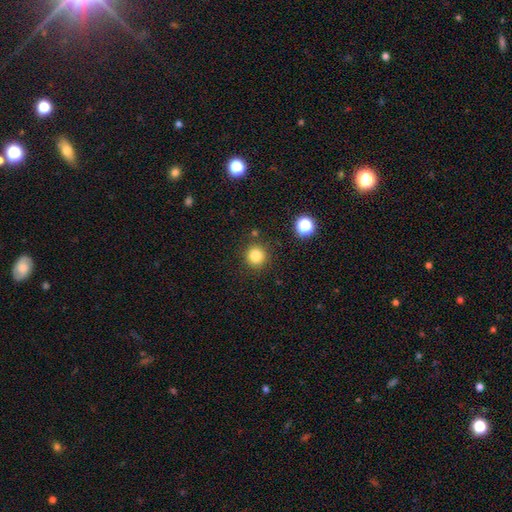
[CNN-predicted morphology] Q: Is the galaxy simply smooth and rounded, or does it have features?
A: smooth — 81%.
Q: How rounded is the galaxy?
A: round — 94%.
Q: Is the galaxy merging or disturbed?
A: none — 87%.